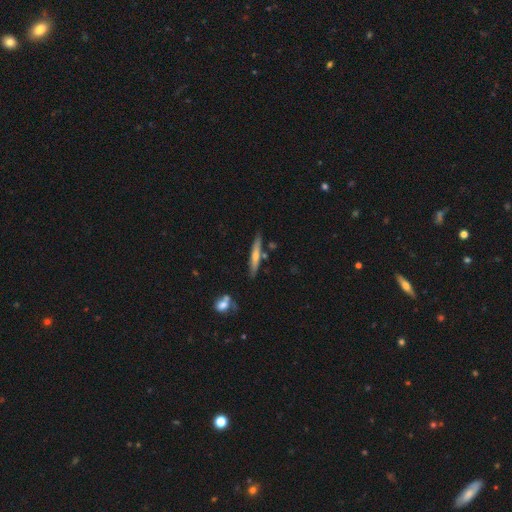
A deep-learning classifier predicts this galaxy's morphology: smooth_or_featured: smooth (p=0.51) [alt: featured or disk p=0.43]
how_rounded: cigar-shaped (p=0.92) [alt: in between p=0.06]
merging: none (p=0.80) [alt: minor disturbance p=0.12]